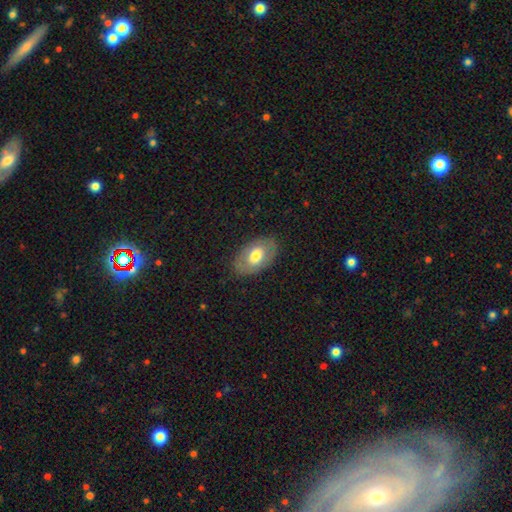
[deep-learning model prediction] Morphology: type=smooth (62%); roundness=in between (91%); merging=none (81%).